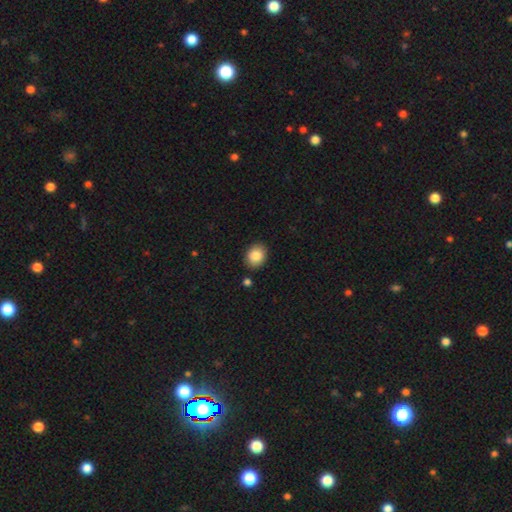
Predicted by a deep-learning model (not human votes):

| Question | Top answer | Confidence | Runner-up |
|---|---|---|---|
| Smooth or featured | smooth | 86% | star or artifact (8%) |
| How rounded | in between | 57% | round (42%) |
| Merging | none | 87% | minor disturbance (9%) |